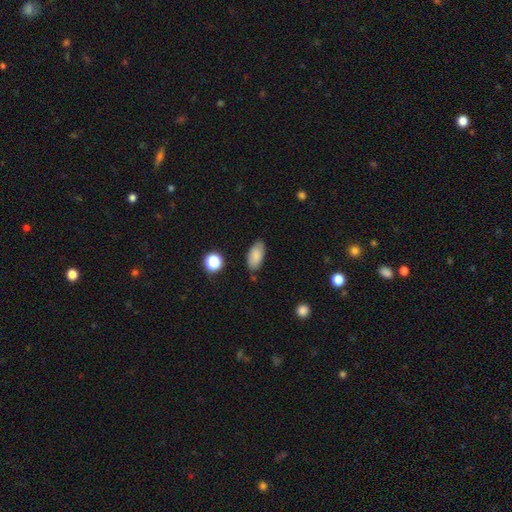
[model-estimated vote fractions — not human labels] smooth_or_featured: smooth (p=0.84) [alt: star or artifact p=0.08]
how_rounded: in between (p=0.92) [alt: cigar-shaped p=0.05]
merging: none (p=0.81) [alt: minor disturbance p=0.14]